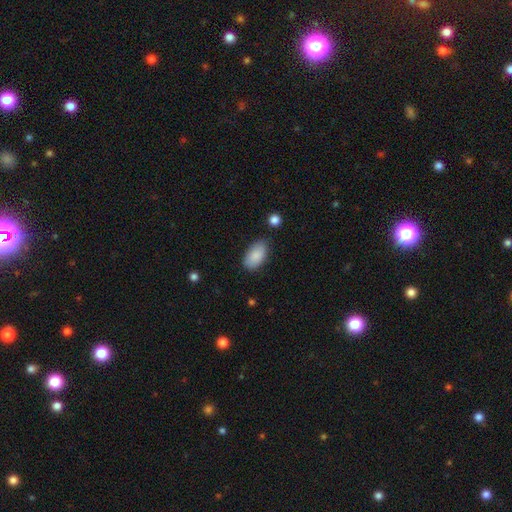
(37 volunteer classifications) Smooth or featured? smooth (89%)
How rounded? in between (91%)
Merging? none (83%)